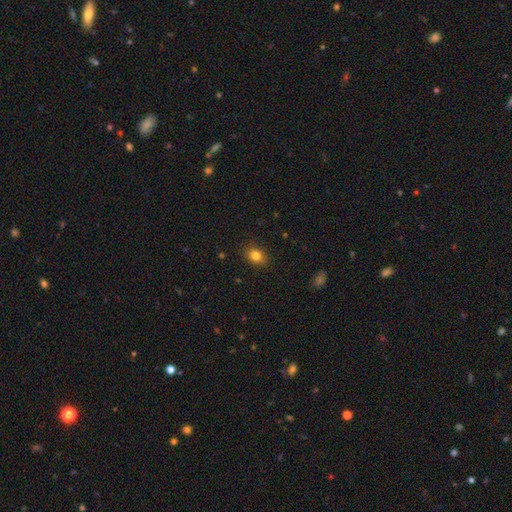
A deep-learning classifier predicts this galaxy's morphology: smooth 81%, star or artifact 12%, featured or disk 7%. Down the decision tree: how rounded — round (53%); merging — none (88%).